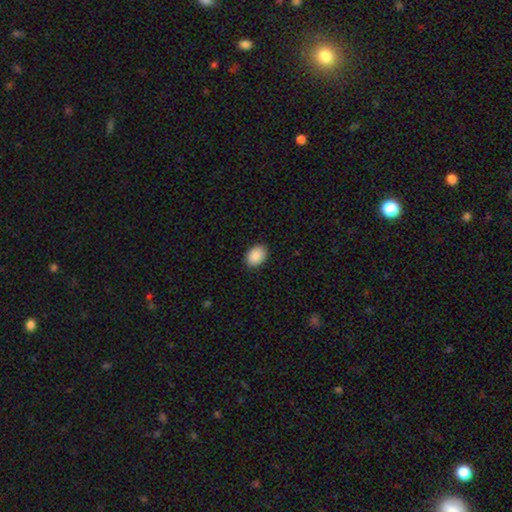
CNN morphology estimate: Smooth or featured? Predicted: smooth (p=0.91). How rounded? Predicted: in between (p=0.73). Merging? Predicted: none (p=0.88).